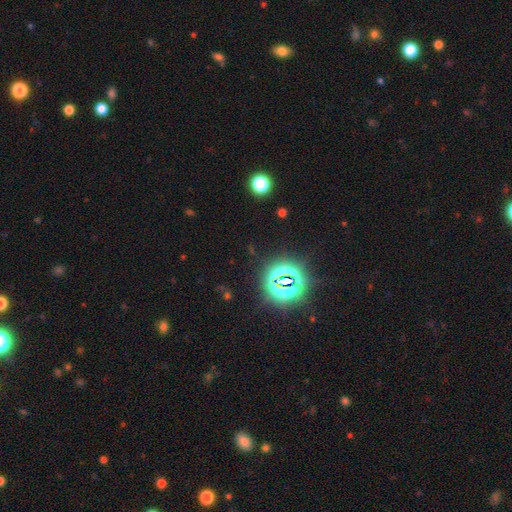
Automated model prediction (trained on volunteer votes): Smooth or featured?
  - star or artifact: 77% *
  - smooth: 16%
  - featured or disk: 7%